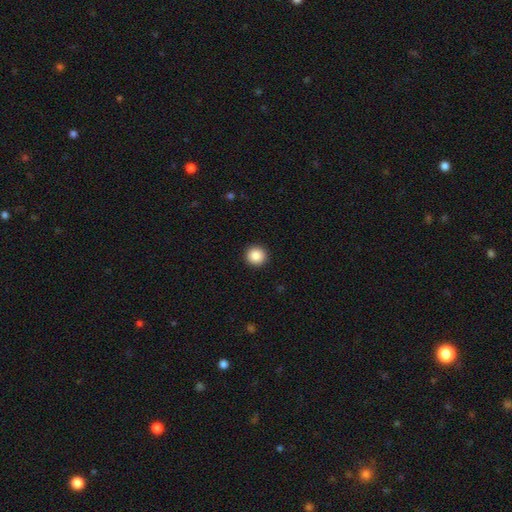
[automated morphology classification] Smooth or featured: smooth — 87% (star or artifact — 9%)
How rounded: round — 95% (in between — 4%)
Merging: none — 93% (minor disturbance — 4%)